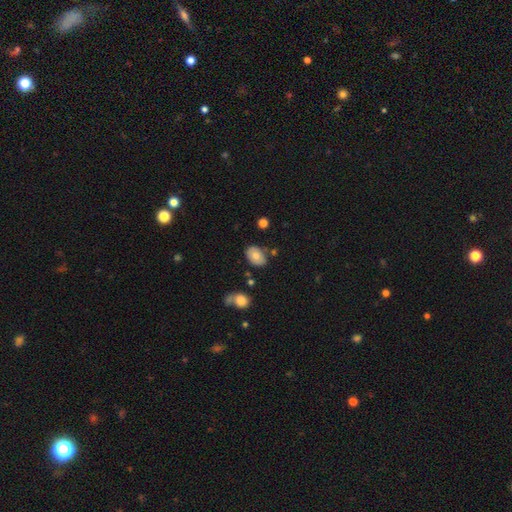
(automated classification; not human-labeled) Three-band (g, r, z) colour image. It shows a smooth galaxy with no disk features (71%) that is in between round and cigar-shaped (79%). Merging: none (74%).